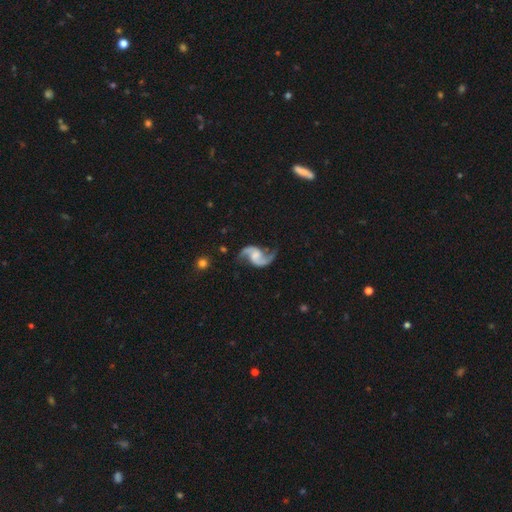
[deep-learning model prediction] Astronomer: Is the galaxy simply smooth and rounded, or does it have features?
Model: featured or disk — 92%.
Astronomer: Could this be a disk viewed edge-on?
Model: no — 98%.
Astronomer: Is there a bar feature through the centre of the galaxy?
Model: no — 47% (runner-up: weak, 40%).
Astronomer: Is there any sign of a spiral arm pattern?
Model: yes — 98%.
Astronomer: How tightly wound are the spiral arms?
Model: loose — 66%.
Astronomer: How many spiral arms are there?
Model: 2 — 94%.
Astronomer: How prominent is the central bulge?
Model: none — 39% (runner-up: moderate, 25%).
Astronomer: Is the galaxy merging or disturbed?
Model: none — 76%.